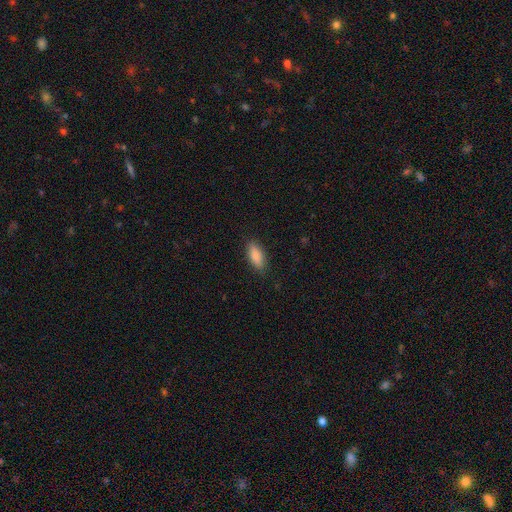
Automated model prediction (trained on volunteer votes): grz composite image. It shows a smooth galaxy with no disk features (88%) that is in between round and cigar-shaped (81%). Merging: none (85%).